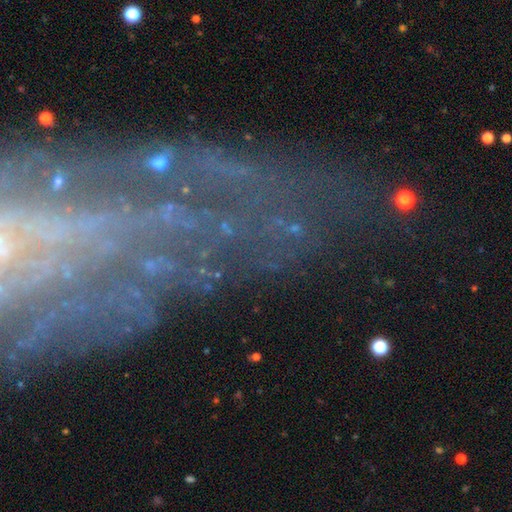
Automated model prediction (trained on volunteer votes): A featured or disk galaxy (60%). Merging: none (62%).